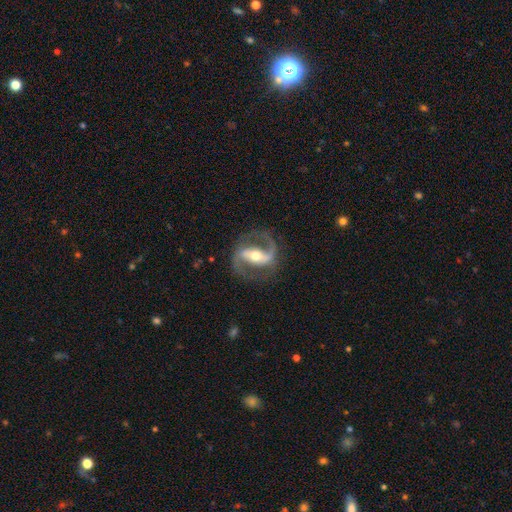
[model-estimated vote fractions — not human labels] Smooth or featured? Predicted: featured or disk (p=0.90). Edge-on disk? Predicted: no (p=0.96). Bar? Predicted: strong (p=0.59). Spiral arms? Predicted: yes (p=0.96). Spiral winding? Predicted: medium (p=0.54). Spiral arm count? Predicted: 2 (p=0.92). Bulge size? Predicted: moderate (p=0.66). Merging? Predicted: none (p=0.81).